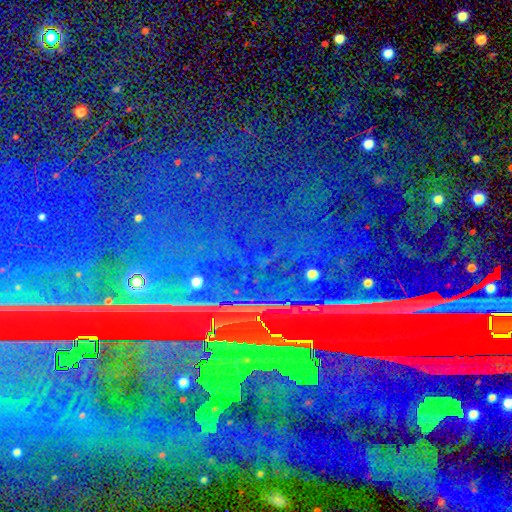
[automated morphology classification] The model was most divided on "smooth or featured": star or artifact: 83%, featured or disk: 10%, smooth: 7%.